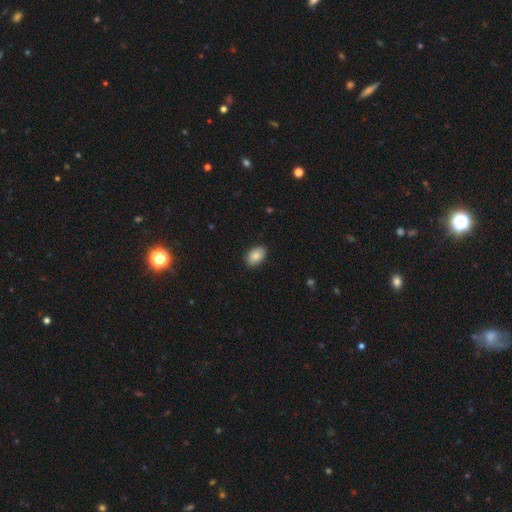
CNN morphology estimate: A smooth galaxy with no disk features (86%) that is in between round and cigar-shaped (86%).

Vote fractions:
- Smooth or featured? smooth: 86% / star or artifact: 7% / featured or disk: 6%
- How rounded? in between: 86% / round: 13% / cigar-shaped: 1%
- Merging? none: 88% / minor disturbance: 9% / major disturbance: 2% / merger: 1%